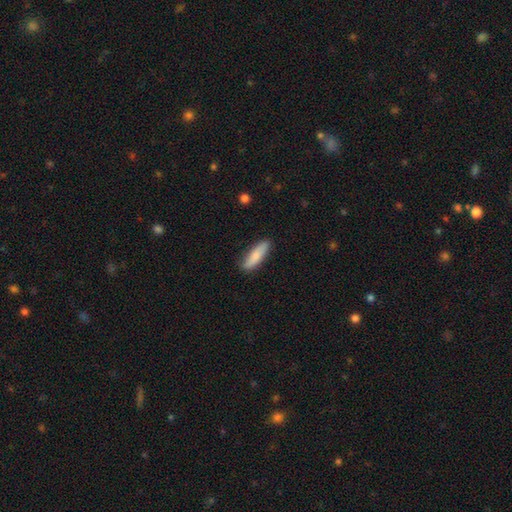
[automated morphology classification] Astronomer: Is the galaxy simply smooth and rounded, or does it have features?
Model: smooth — 79%.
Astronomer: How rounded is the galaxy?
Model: cigar-shaped — 57% (runner-up: in between, 42%).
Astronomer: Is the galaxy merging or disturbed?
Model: none — 84%.